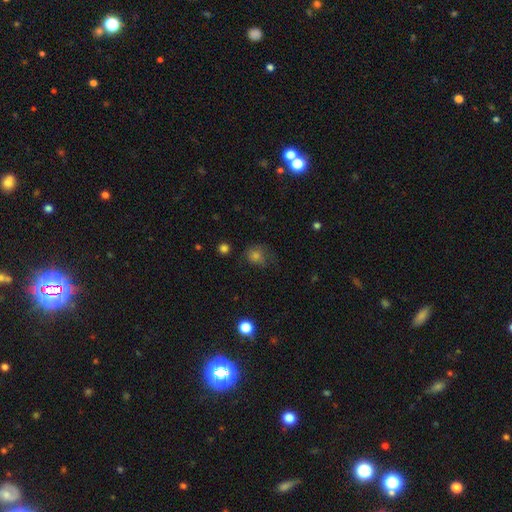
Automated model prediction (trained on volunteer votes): smooth-or-featured: smooth: 71% | star or artifact: 17% | featured or disk: 12%
  how-rounded: round: 72% | in between: 27% | cigar-shaped: 1%
  merging: none: 52% | minor disturbance: 27% | major disturbance: 19% | merger: 2%